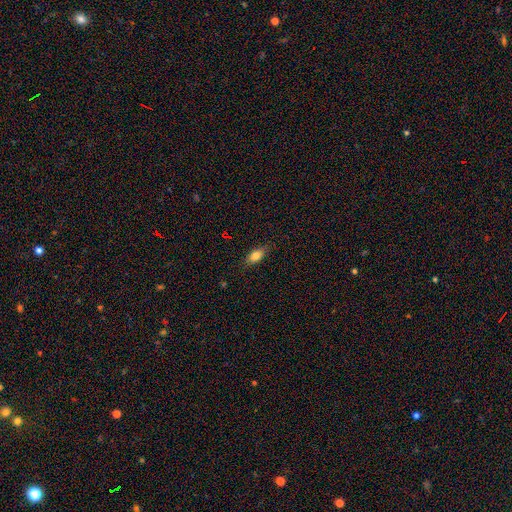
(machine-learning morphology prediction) This appears to be a smooth galaxy with no disk features (80%) that is in between round and cigar-shaped (83%). Merging: none (82%).